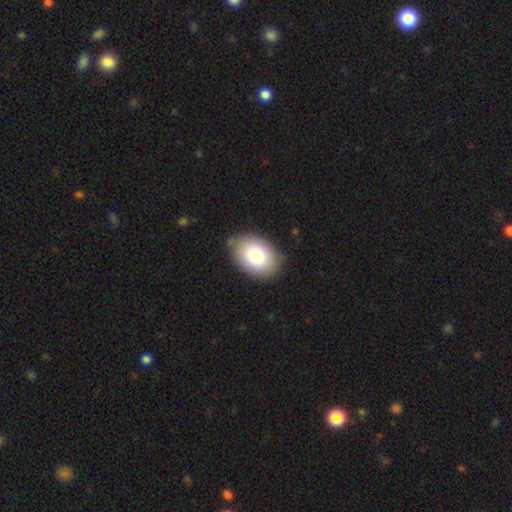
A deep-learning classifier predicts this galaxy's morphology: Overall: smooth (82%). How rounded: in between (82%). Merging: none (81%).